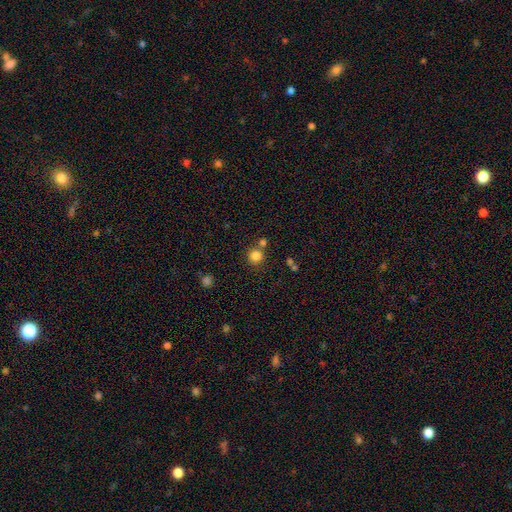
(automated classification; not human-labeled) Smooth or featured: smooth — 83% (star or artifact — 12%)
How rounded: round — 93% (in between — 6%)
Merging: none — 72% (merger — 18%)